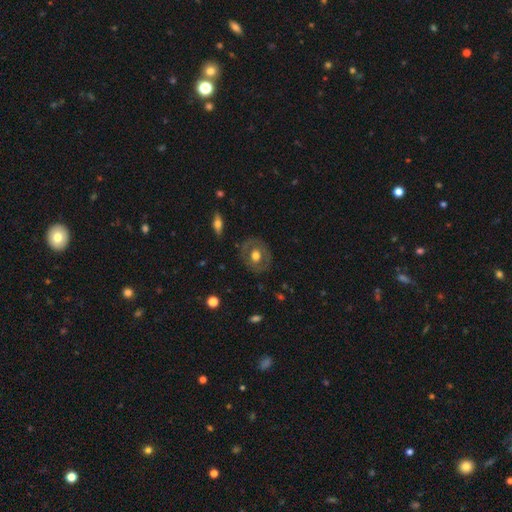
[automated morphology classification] type=featured or disk (47%); merging=none (81%).